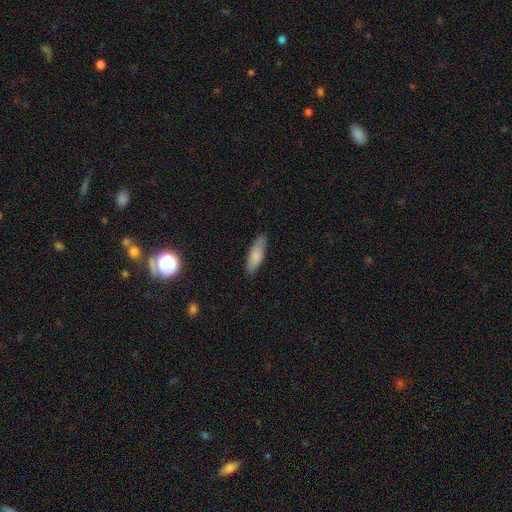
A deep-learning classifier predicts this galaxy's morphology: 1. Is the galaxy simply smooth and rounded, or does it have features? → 80% smooth, 13% featured or disk, 6% star or artifact.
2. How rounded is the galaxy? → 51% in between, 48% cigar-shaped, 2% round.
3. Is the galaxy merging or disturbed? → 81% none, 15% minor disturbance, 3% major disturbance, 1% merger.